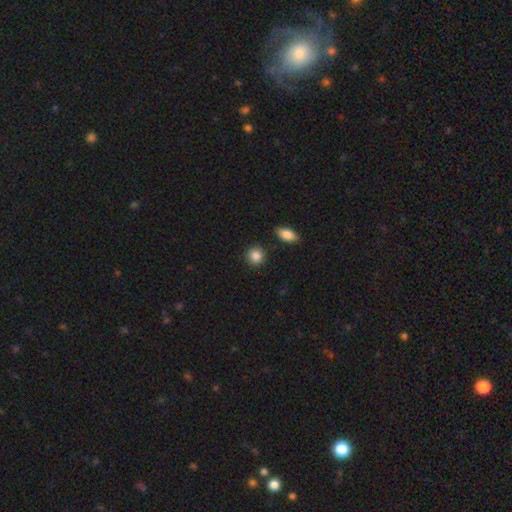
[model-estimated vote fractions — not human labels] Morphology: type=smooth (88%); roundness=round (83%); merging=none (87%).